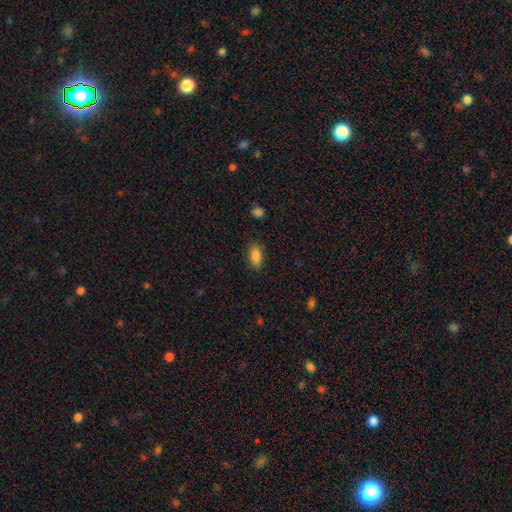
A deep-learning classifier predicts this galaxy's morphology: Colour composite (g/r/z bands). It shows a smooth galaxy with no disk features (85%) that is in between round and cigar-shaped (86%). Merging: none (81%).